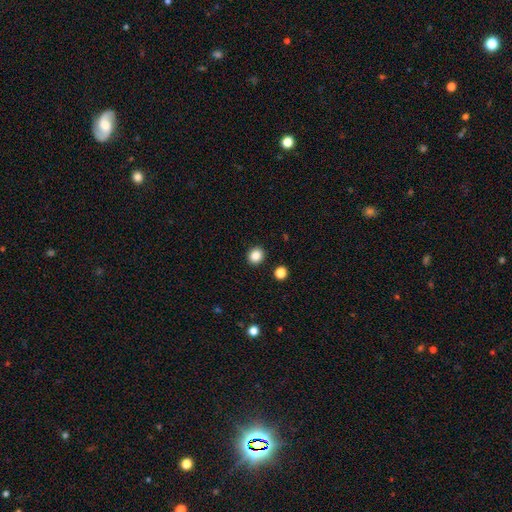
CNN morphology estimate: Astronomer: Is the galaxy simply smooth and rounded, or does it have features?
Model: smooth — 86%.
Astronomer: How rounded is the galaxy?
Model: round — 80%.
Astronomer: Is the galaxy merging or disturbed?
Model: none — 91%.